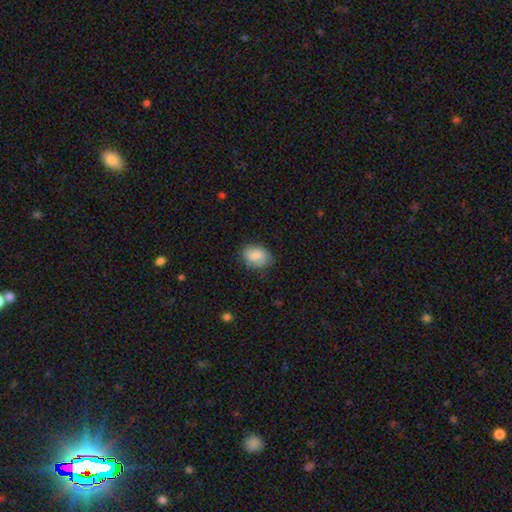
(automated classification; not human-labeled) Smooth or featured? smooth (68%)
How rounded? in between (65%)
Merging? none (74%)